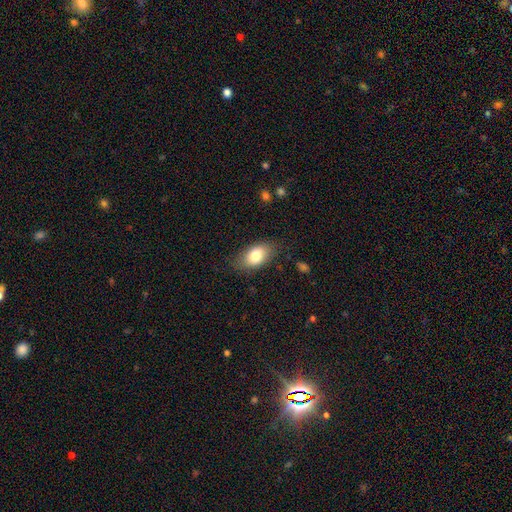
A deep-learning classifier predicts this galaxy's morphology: smooth 79%, featured or disk 14%, star or artifact 7%. Down the decision tree: how rounded — in between (91%); merging — none (79%).